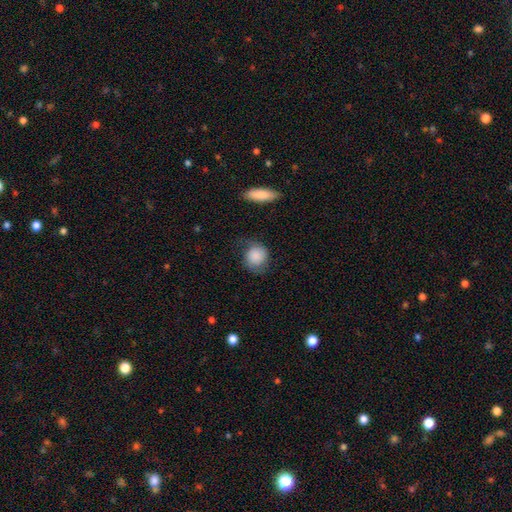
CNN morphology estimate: type=smooth (78%); roundness=round (79%); merging=none (61%).